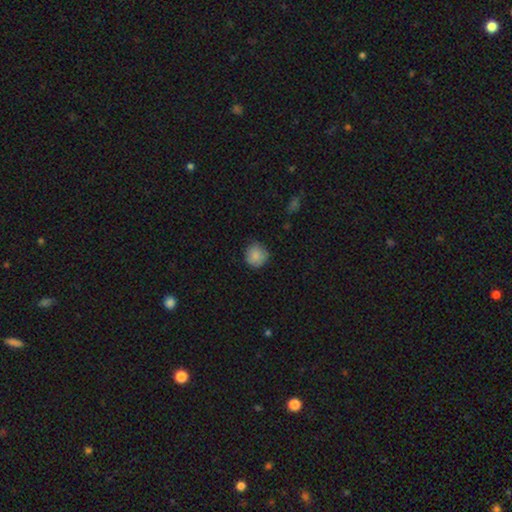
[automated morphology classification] A smooth galaxy with no disk features (86%) that is round (90%).

Vote fractions:
- Smooth or featured? smooth: 86% / star or artifact: 8% / featured or disk: 6%
- How rounded? round: 90% / in between: 9% / cigar-shaped: 1%
- Merging? none: 79% / minor disturbance: 17% / major disturbance: 3% / merger: 1%